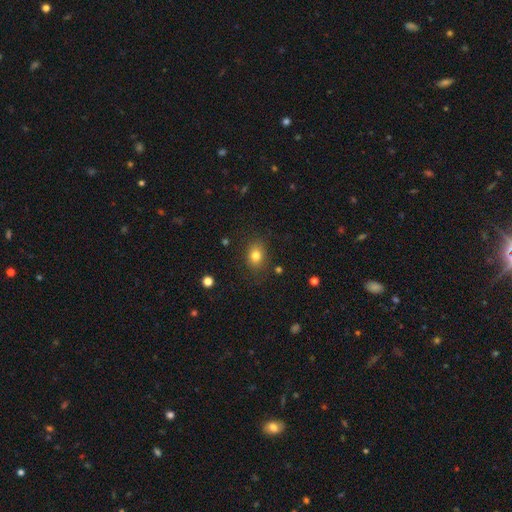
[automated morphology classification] This is likely a smooth galaxy (79%). How rounded: possibly in between (60%). Merging: clearly none (82%).